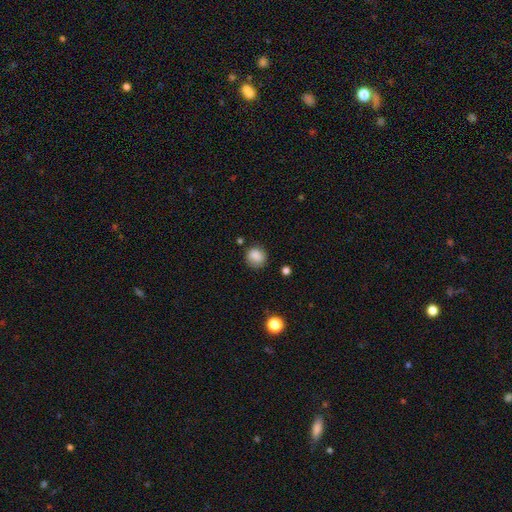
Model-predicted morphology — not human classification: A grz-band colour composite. It shows a smooth galaxy with no disk features (84%) that is round (79%). Merging: none (76%).